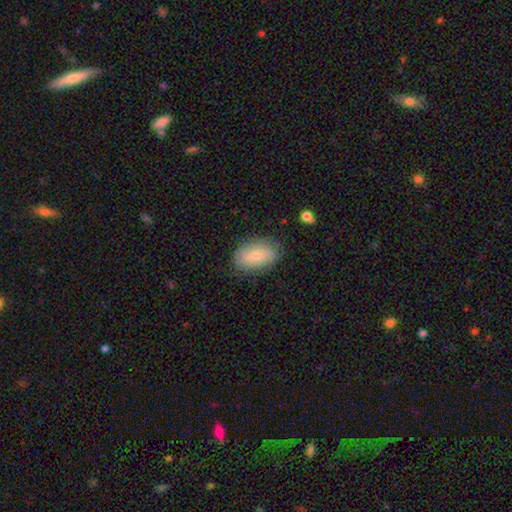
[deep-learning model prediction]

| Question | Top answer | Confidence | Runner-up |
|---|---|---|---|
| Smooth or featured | smooth | 73% | featured or disk (21%) |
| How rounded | in between | 92% | round (6%) |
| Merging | none | 77% | minor disturbance (18%) |